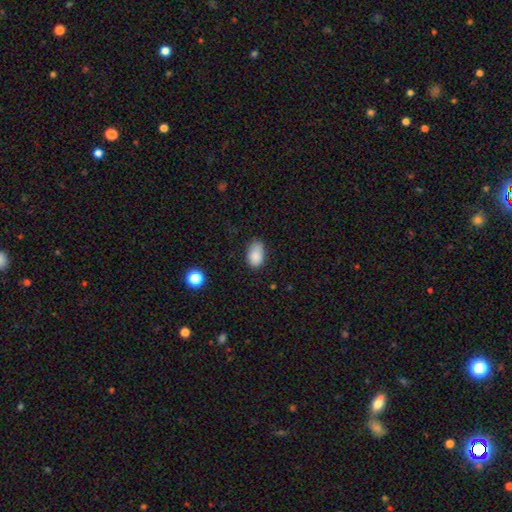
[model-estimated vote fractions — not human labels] Q: Smooth or featured?
A: smooth (87%); runner-up: star or artifact (8%)
Q: How rounded?
A: in between (90%); runner-up: round (8%)
Q: Merging?
A: none (68%); runner-up: minor disturbance (25%)